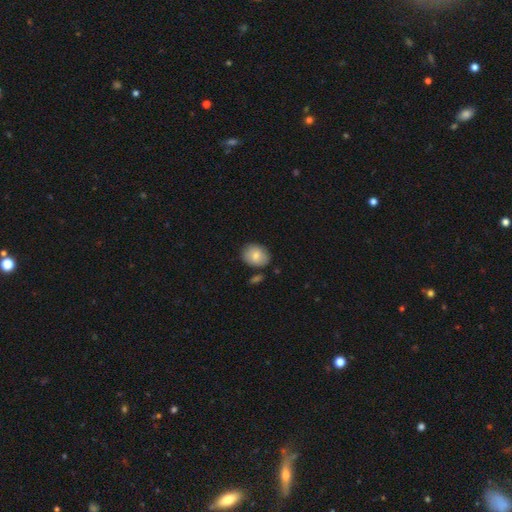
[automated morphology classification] A smooth galaxy with no disk features (81%) that is in between round and cigar-shaped (54%).

Vote fractions:
- Smooth or featured? smooth: 81% / featured or disk: 12% / star or artifact: 7%
- How rounded? in between: 54% / round: 45% / cigar-shaped: 1%
- Merging? none: 78% / minor disturbance: 13% / merger: 6% / major disturbance: 3%